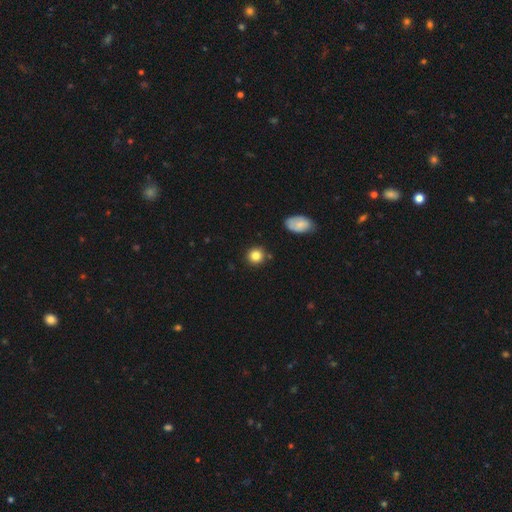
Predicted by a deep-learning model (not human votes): Q: Smooth or featured?
A: smooth (83%); runner-up: star or artifact (11%)
Q: How rounded?
A: round (91%); runner-up: in between (8%)
Q: Merging?
A: none (87%); runner-up: minor disturbance (8%)